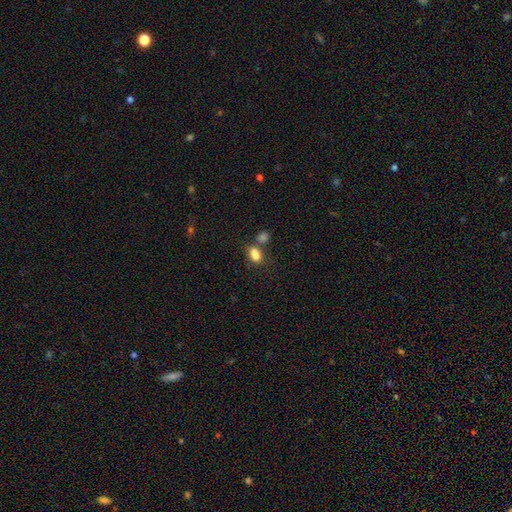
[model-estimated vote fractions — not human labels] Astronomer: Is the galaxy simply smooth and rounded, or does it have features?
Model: smooth — 80%.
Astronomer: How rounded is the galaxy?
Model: in between — 76%.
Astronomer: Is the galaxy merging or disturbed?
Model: merger — 43% (runner-up: none, 39%).